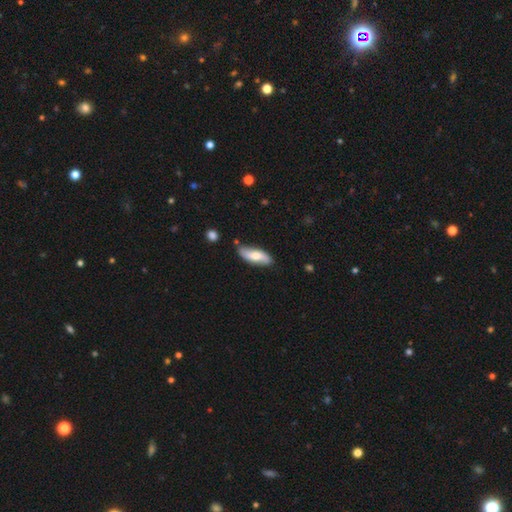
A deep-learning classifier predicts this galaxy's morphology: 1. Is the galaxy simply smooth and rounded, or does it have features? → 54% smooth, 40% featured or disk, 5% star or artifact.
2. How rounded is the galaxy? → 64% in between, 33% cigar-shaped, 3% round.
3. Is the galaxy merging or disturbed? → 77% none, 17% minor disturbance, 4% merger, 3% major disturbance.